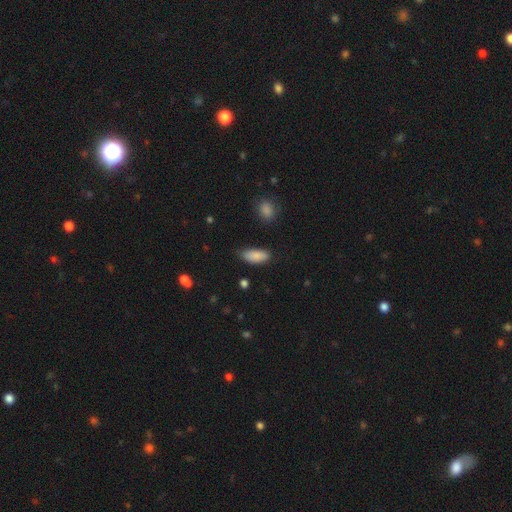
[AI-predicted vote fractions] smooth_or_featured: smooth (p=0.87) [alt: star or artifact p=0.07]
how_rounded: in between (p=0.85) [alt: cigar-shaped p=0.13]
merging: none (p=0.76) [alt: minor disturbance p=0.18]